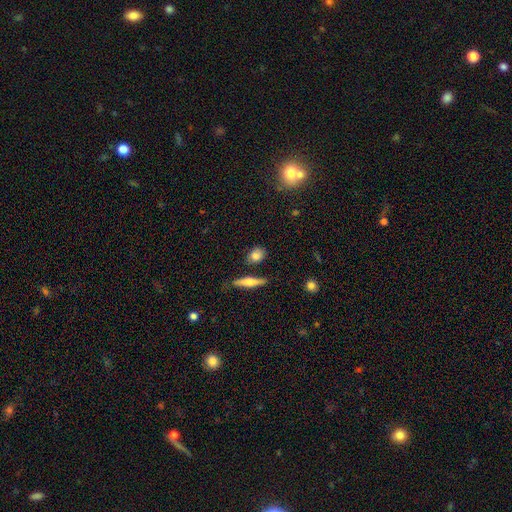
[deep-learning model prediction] Q: Smooth or featured?
A: smooth (79%); runner-up: featured or disk (12%)
Q: How rounded?
A: in between (48%); runner-up: round (41%)
Q: Merging?
A: none (78%); runner-up: minor disturbance (13%)